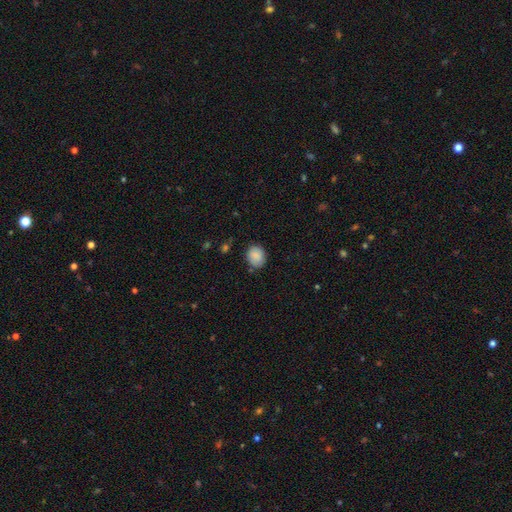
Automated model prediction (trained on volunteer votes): Smooth or featured? Predicted: smooth (p=0.87). How rounded? Predicted: round (p=0.60). Merging? Predicted: none (p=0.78).